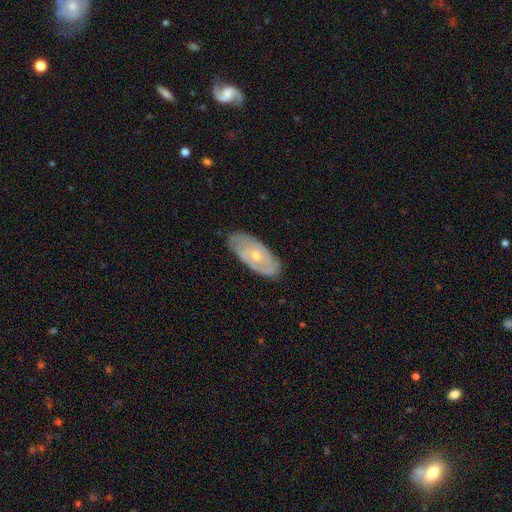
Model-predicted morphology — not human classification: Overall: featured or disk (66%; smooth 28%). Edge-on disk: no (87%). Bar: no (80%). Spiral arms: yes (65%; no 35%). Bulge size: small (55%; moderate 42%). Merging: none (78%).